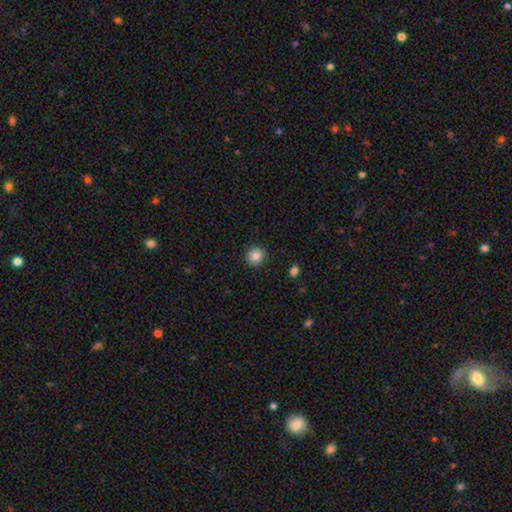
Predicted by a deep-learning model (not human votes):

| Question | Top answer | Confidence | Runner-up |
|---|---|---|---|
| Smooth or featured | smooth | 85% | star or artifact (10%) |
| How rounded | round | 93% | in between (6%) |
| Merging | none | 92% | minor disturbance (5%) |